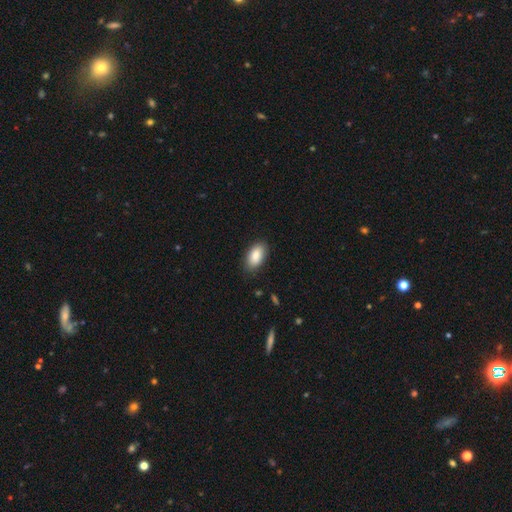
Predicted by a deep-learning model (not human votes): A smooth galaxy with no disk features (85%) that is in between round and cigar-shaped (93%). Merging: none (87%).